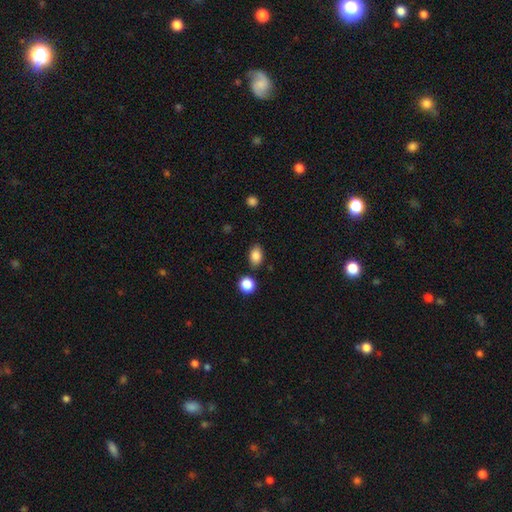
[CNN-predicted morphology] Smooth or featured? smooth (86%)
How rounded? in between (81%)
Merging? none (82%)